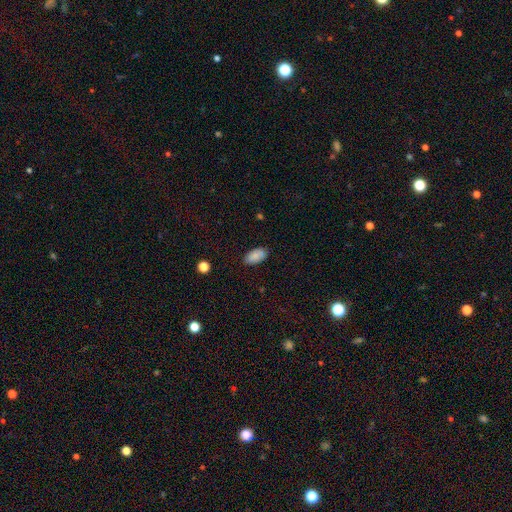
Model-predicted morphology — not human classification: smooth-or-featured: smooth: 84% | featured or disk: 8% | star or artifact: 7%
  how-rounded: in between: 94% | round: 3% | cigar-shaped: 3%
  merging: none: 83% | minor disturbance: 13% | major disturbance: 2% | merger: 1%